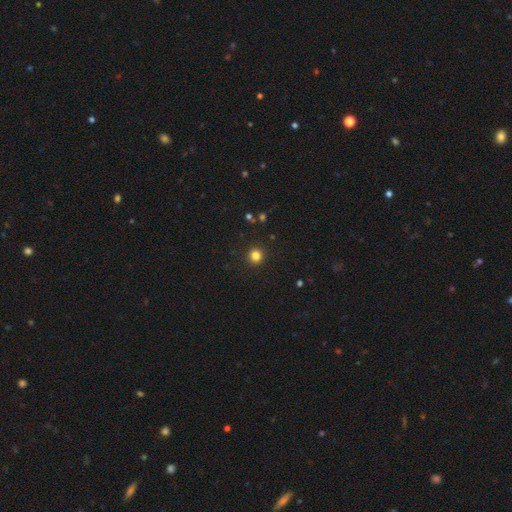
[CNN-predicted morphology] A smooth galaxy with no disk features (82%) that is round (94%). Merging: none (93%).